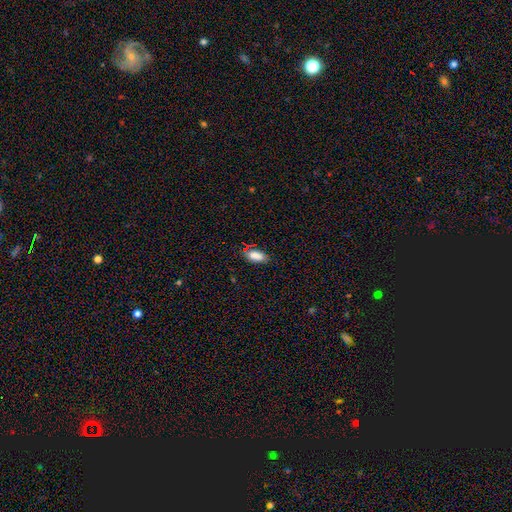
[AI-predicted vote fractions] This appears to be a smooth galaxy with no disk features (83%) that is in between round and cigar-shaped (85%). Merging: none (79%).